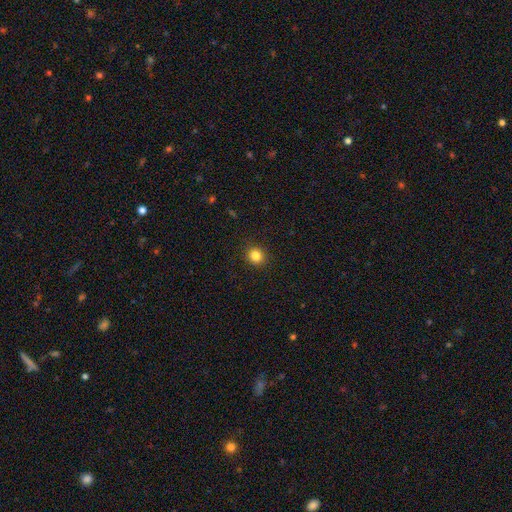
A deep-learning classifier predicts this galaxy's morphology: Overall: smooth (83%). How rounded: round (89%). Merging: none (92%).